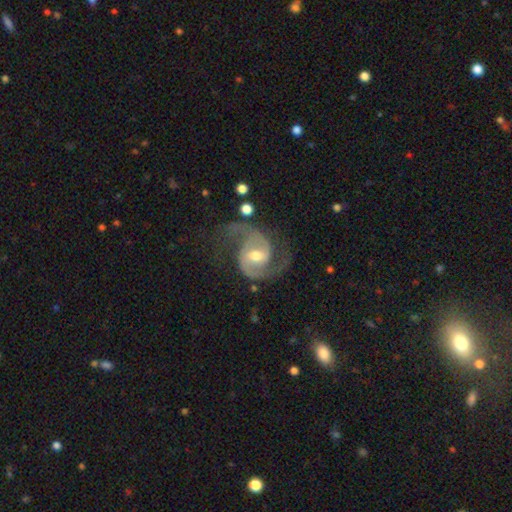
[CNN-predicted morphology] This appears to be a featured or disk galaxy (92%) with a weak bar (51%), 2 (94%) medium (57%) spiral arms (98%) and a moderate central bulge (69%). Merging: none (70%).